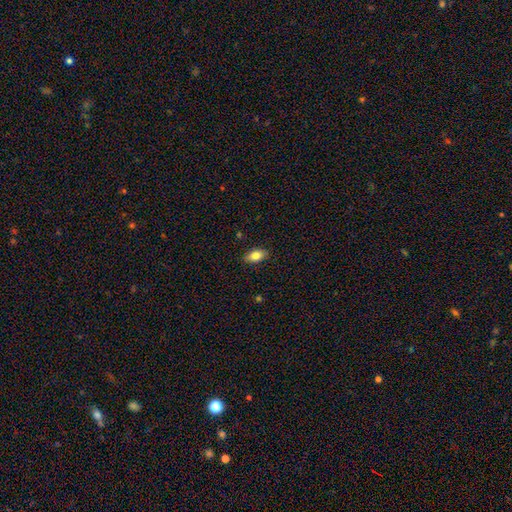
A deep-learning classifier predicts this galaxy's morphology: Overall: smooth (81%). How rounded: in between (90%). Merging: none (87%).